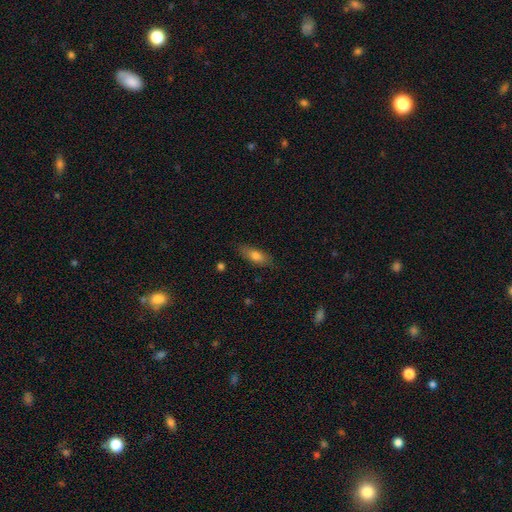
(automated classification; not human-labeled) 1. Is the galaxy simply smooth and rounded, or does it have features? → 73% smooth, 19% featured or disk, 7% star or artifact.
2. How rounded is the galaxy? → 70% in between, 26% cigar-shaped, 3% round.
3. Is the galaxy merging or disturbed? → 81% none, 14% minor disturbance, 3% major disturbance, 1% merger.